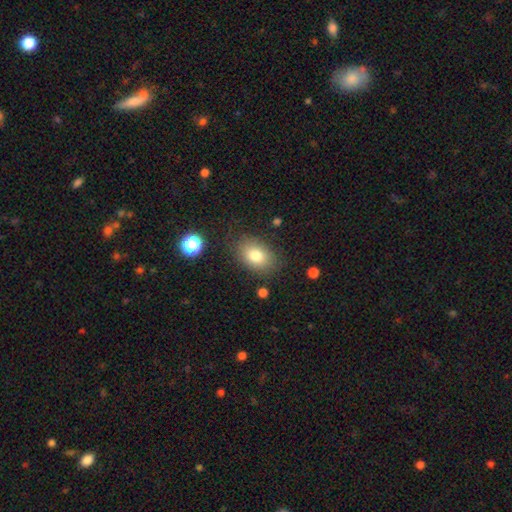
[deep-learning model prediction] smooth 79%, featured or disk 11%, star or artifact 10%. Down the decision tree: how rounded — in between (77%); merging — none (79%).